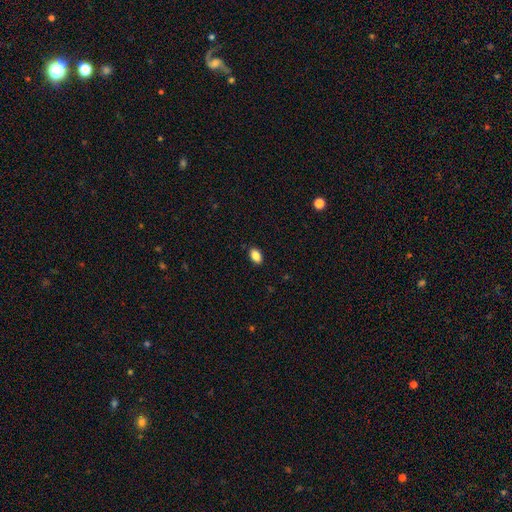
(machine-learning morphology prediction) This appears to be a smooth galaxy with no disk features (87%) that is in between round and cigar-shaped (90%). Merging: none (89%).